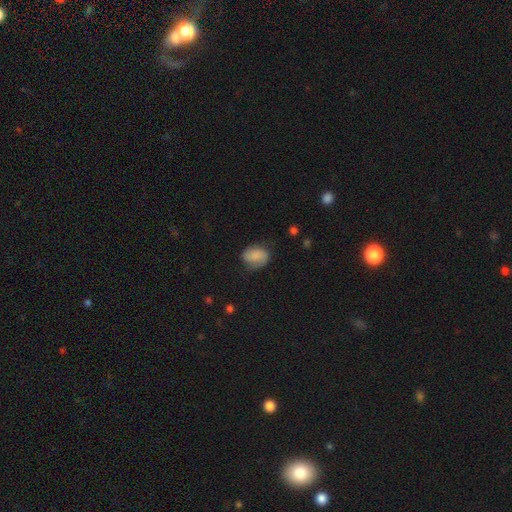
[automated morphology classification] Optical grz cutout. It shows a smooth galaxy with no disk features (60%) that is in between round and cigar-shaped (65%). Merging: none (67%).